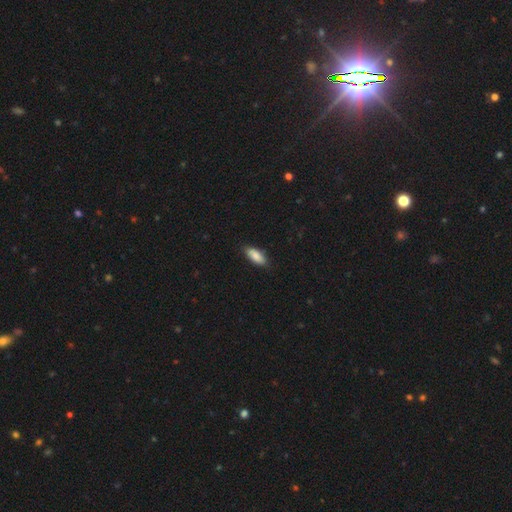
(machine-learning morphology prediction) Smooth or featured?
  - smooth: 87% *
  - featured or disk: 7%
  - star or artifact: 6%
How rounded?
  - in between: 79% *
  - cigar-shaped: 20%
  - round: 2%
Merging?
  - none: 86% *
  - minor disturbance: 11%
  - major disturbance: 2%
  - merger: 1%